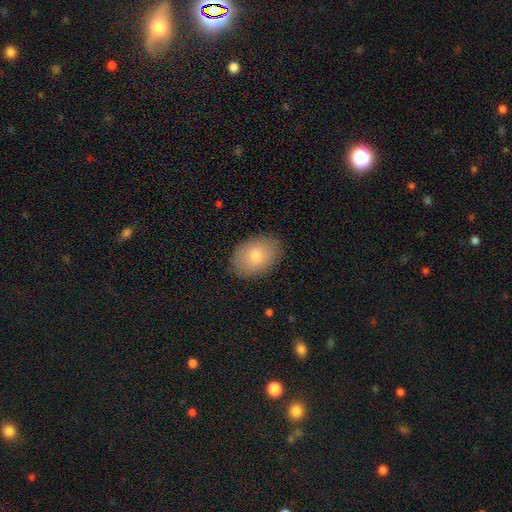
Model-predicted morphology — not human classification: Smooth or featured?
  - smooth: 77% *
  - featured or disk: 15%
  - star or artifact: 8%
How rounded?
  - in between: 80% *
  - round: 19%
  - cigar-shaped: 1%
Merging?
  - none: 87% *
  - minor disturbance: 10%
  - major disturbance: 2%
  - merger: 1%